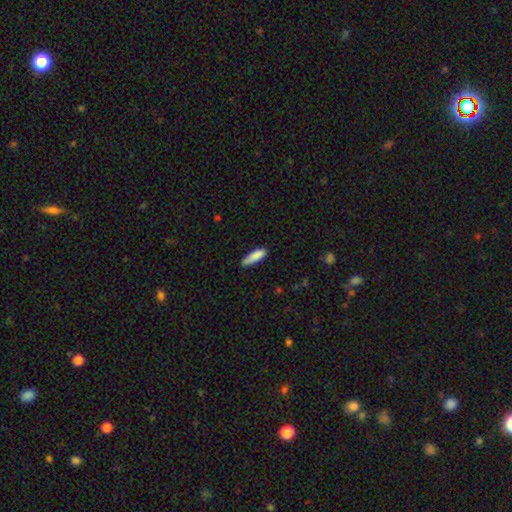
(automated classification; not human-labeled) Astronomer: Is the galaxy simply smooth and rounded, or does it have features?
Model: smooth — 86%.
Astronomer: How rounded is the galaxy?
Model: cigar-shaped — 59% (runner-up: in between, 39%).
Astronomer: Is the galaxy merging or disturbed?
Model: none — 70%.